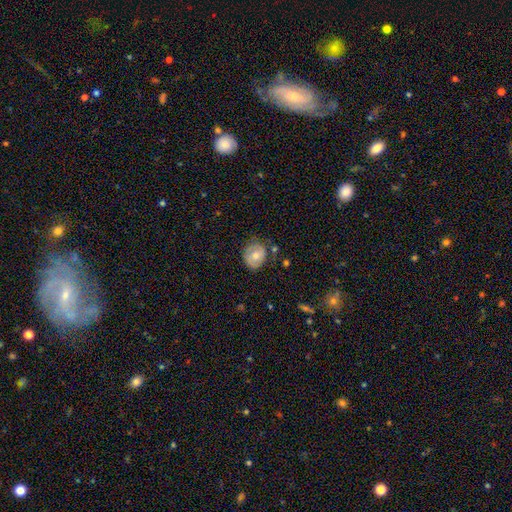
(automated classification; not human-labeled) Smooth or featured: smooth — 55% (featured or disk — 38%)
How rounded: round — 65% (in between — 34%)
Merging: none — 67% (minor disturbance — 23%)